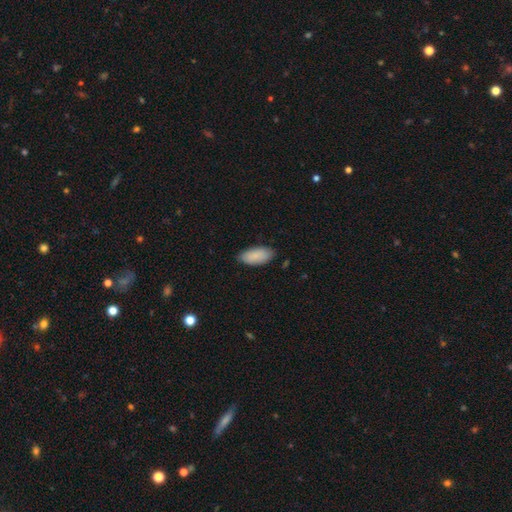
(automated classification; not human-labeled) smooth 89%, star or artifact 6%, featured or disk 5%. Down the decision tree: how rounded — in between (91%); merging — none (82%).